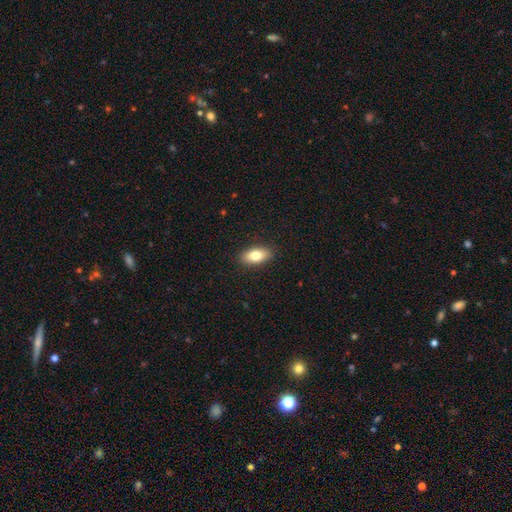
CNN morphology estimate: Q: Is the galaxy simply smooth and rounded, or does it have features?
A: smooth — 78%.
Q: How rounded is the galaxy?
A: in between — 86%.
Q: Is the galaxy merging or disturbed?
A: none — 90%.